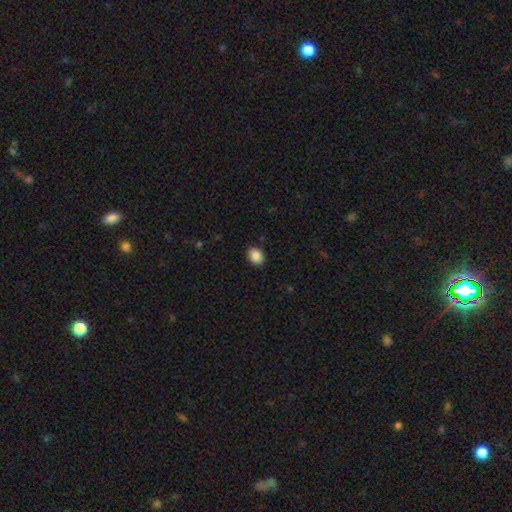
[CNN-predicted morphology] A smooth galaxy with no disk features (88%) that is in between round and cigar-shaped (63%). Merging: none (89%).